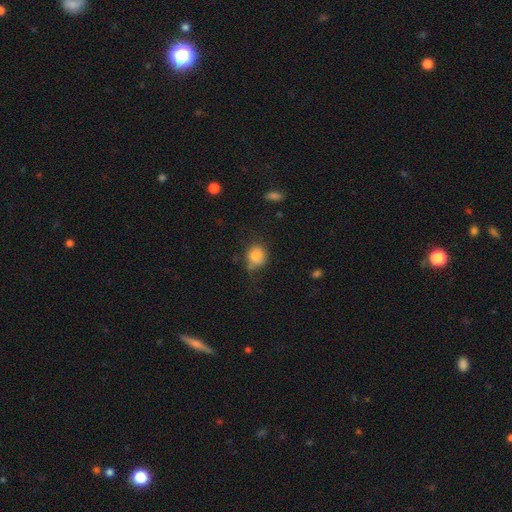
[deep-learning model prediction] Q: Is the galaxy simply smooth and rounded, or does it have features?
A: smooth — 81%.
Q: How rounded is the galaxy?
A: round — 73%.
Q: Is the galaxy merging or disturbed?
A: none — 59%.